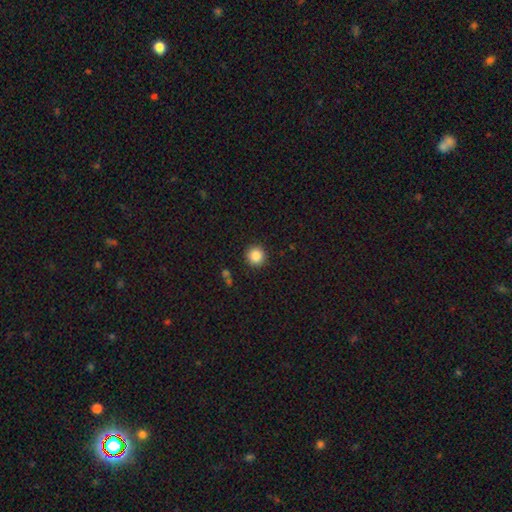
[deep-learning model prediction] Overall: smooth (86%). How rounded: round (95%). Merging: none (91%).